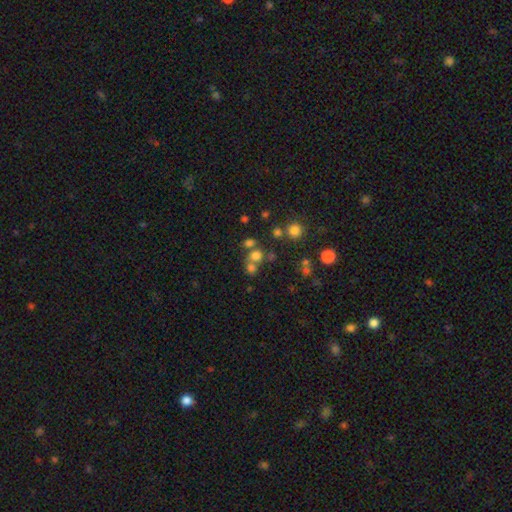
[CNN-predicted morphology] A smooth galaxy with no disk features (65%) that is round (72%).

Vote fractions:
- Smooth or featured? smooth: 65% / star or artifact: 23% / featured or disk: 12%
- How rounded? round: 72% / in between: 27% / cigar-shaped: 1%
- Merging? none: 51% / merger: 36% / minor disturbance: 8% / major disturbance: 5%